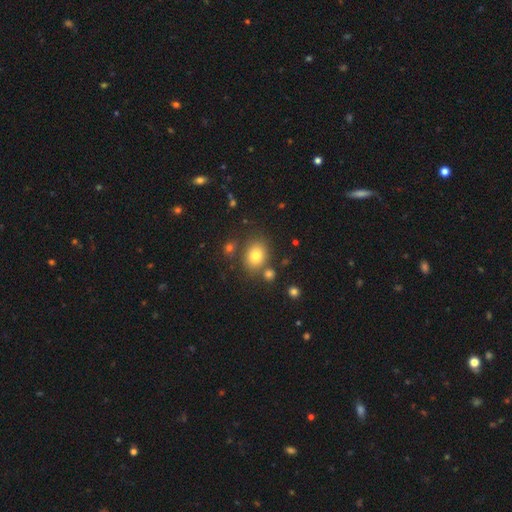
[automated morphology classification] A smooth galaxy with no disk features (78%) that is in between round and cigar-shaped (51%). Merging: none (74%).